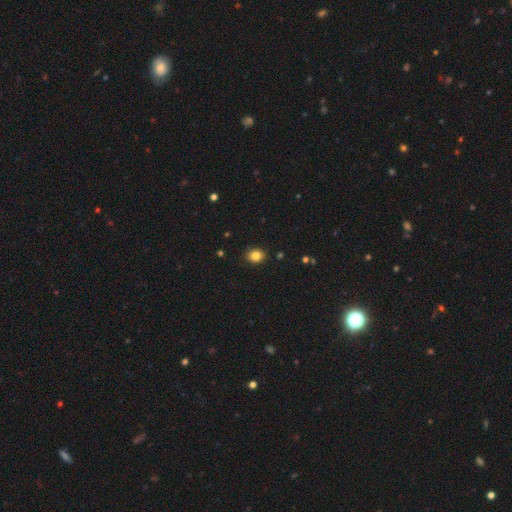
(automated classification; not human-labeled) This is clearly a smooth galaxy (84%). How rounded: possibly round (56%). Merging: clearly none (90%).